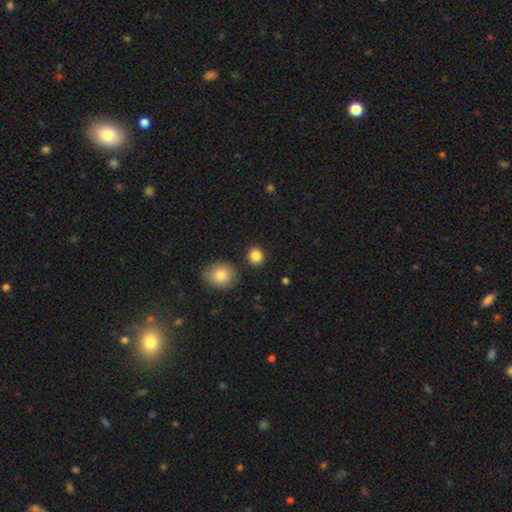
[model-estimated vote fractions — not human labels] The model was most divided on "how rounded": round: 86%, in between: 13%, cigar-shaped: 1%. More confident: merging — none (88%); smooth or featured — smooth (86%).